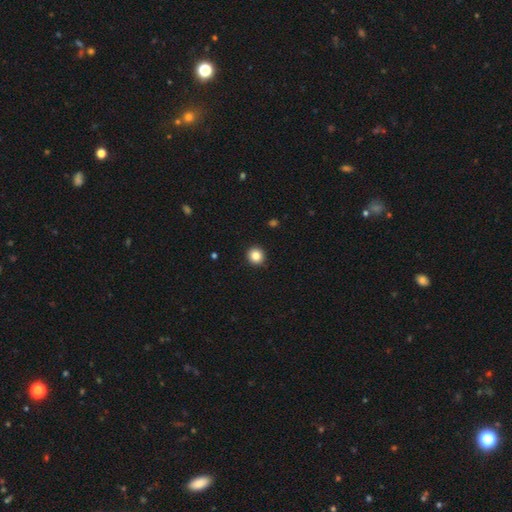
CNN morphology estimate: Q: Smooth or featured?
A: smooth (85%); runner-up: star or artifact (10%)
Q: How rounded?
A: round (93%); runner-up: in between (7%)
Q: Merging?
A: none (93%); runner-up: minor disturbance (4%)